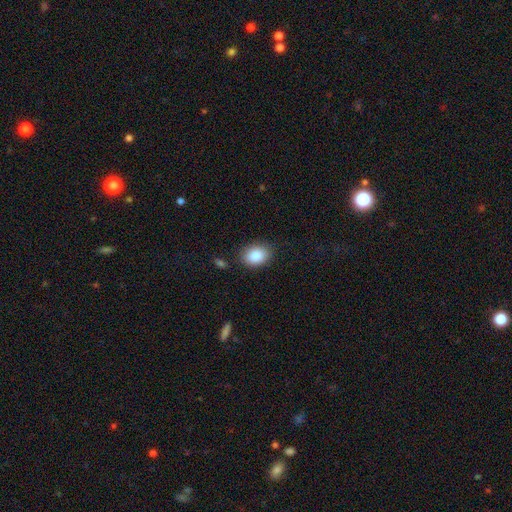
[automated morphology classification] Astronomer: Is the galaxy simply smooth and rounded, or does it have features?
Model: smooth — 87%.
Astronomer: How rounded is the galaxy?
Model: in between — 73%.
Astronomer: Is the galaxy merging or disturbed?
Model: none — 82%.